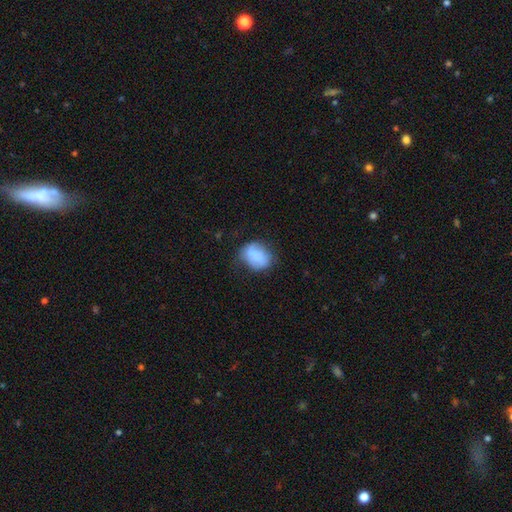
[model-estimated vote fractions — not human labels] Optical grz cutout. It shows a smooth galaxy with no disk features (80%) that is in between round and cigar-shaped (56%). Merging: none (55%).